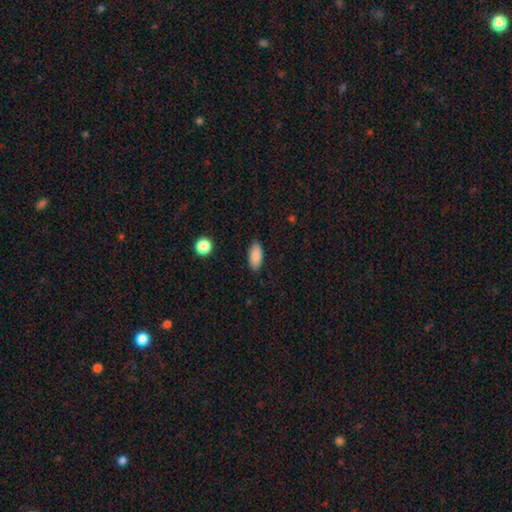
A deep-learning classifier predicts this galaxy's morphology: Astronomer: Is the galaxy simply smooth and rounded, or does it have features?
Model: smooth — 88%.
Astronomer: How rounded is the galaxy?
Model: in between — 89%.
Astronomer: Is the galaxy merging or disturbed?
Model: none — 87%.